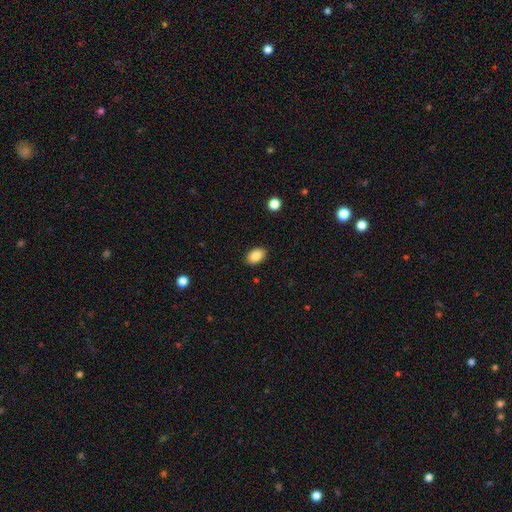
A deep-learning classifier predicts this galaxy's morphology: Smooth or featured? Predicted: smooth (p=0.86). How rounded? Predicted: in between (p=0.87). Merging? Predicted: none (p=0.89).